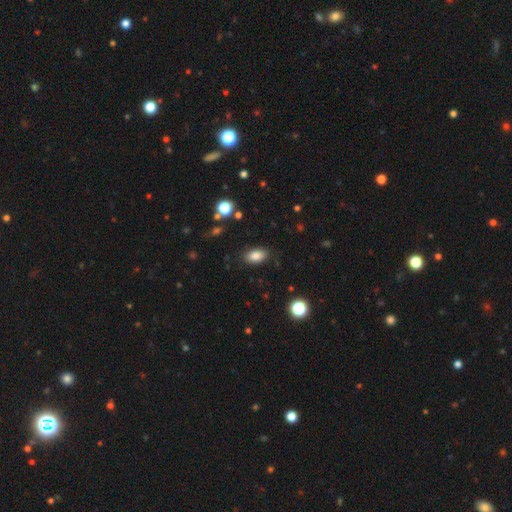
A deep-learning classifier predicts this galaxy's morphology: Smooth or featured? Predicted: smooth (p=0.85). How rounded? Predicted: in between (p=0.90). Merging? Predicted: none (p=0.85).